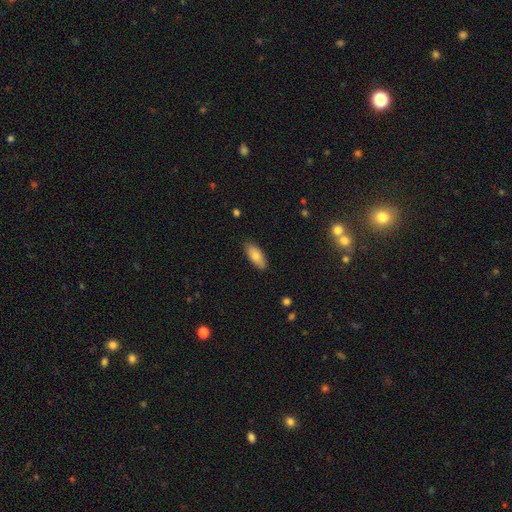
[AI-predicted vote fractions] This is likely a smooth galaxy (77%). How rounded: clearly in between (85%). Merging: clearly none (84%).